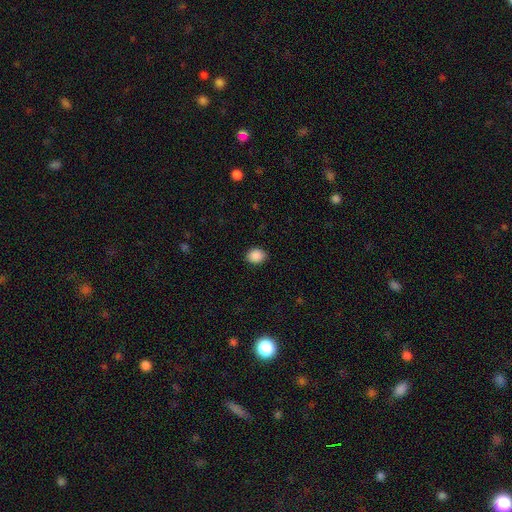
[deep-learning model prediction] Smooth or featured: smooth — 89% (star or artifact — 8%)
How rounded: round — 57% (in between — 43%)
Merging: none — 89% (minor disturbance — 8%)